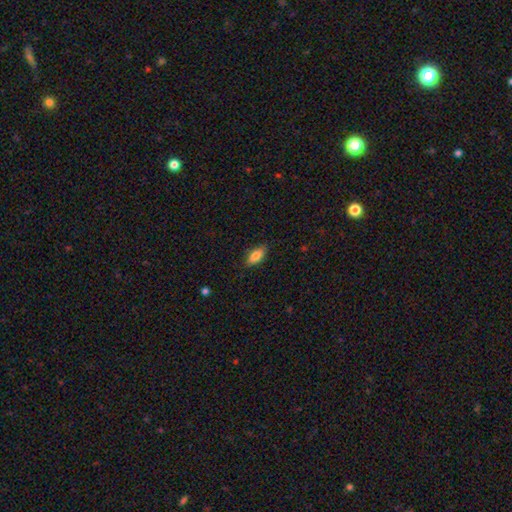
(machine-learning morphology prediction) Q: Smooth or featured?
A: smooth (83%); runner-up: featured or disk (10%)
Q: How rounded?
A: in between (86%); runner-up: cigar-shaped (11%)
Q: Merging?
A: none (86%); runner-up: minor disturbance (11%)